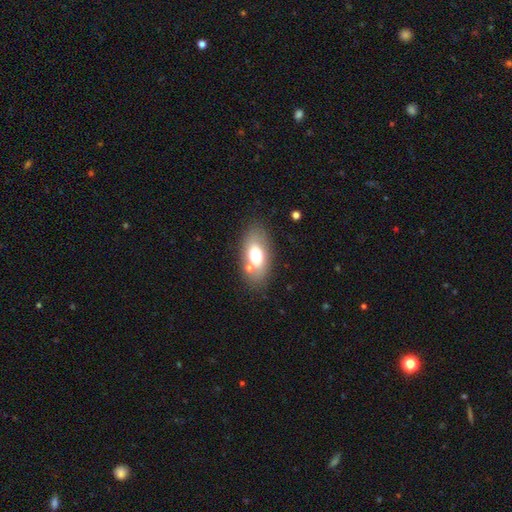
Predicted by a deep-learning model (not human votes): A smooth galaxy with no disk features (63%) that is in between round and cigar-shaped (88%).

Vote fractions:
- Smooth or featured? smooth: 63% / featured or disk: 28% / star or artifact: 9%
- How rounded? in between: 88% / round: 8% / cigar-shaped: 4%
- Merging? none: 72% / minor disturbance: 13% / merger: 10% / major disturbance: 5%